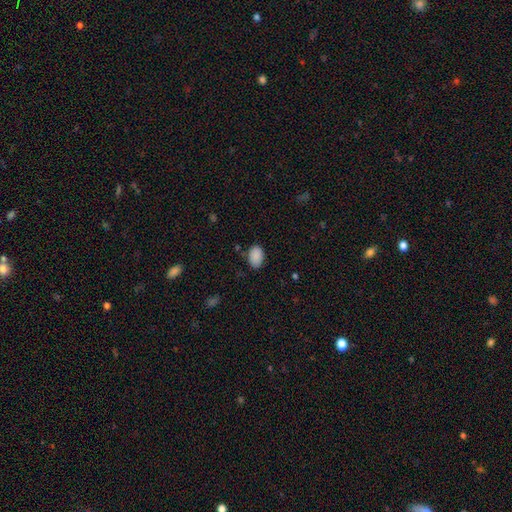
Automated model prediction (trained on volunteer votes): smooth_or_featured: smooth (p=0.89) [alt: star or artifact p=0.07]
how_rounded: in between (p=0.85) [alt: round p=0.14]
merging: none (p=0.80) [alt: minor disturbance p=0.15]